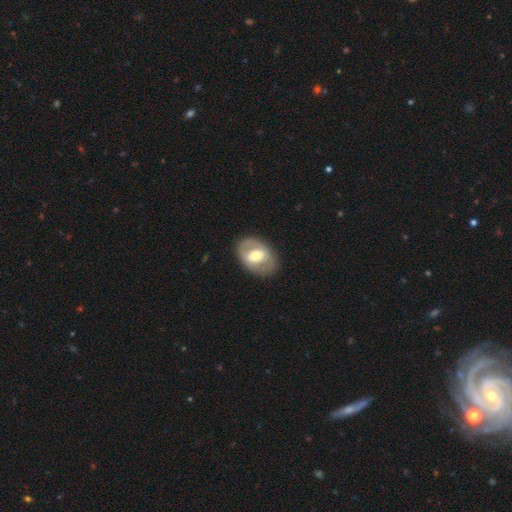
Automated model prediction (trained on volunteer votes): The model was most divided on "bar": weak: 39%, strong: 32%, no: 29%. More confident: edge-on disk — no (93%); merging — none (81%); spiral arms — no (69%); bulge size — moderate (62%); smooth or featured — featured or disk (56%).